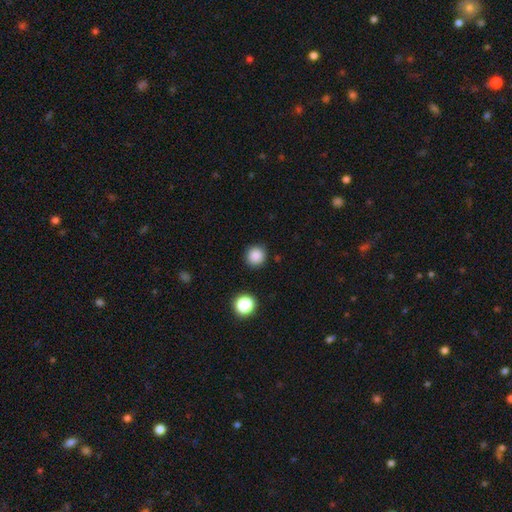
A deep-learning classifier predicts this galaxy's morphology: The model was most divided on "smooth or featured": smooth: 86%, star or artifact: 11%, featured or disk: 3%. More confident: how rounded — round (94%); merging — none (90%).